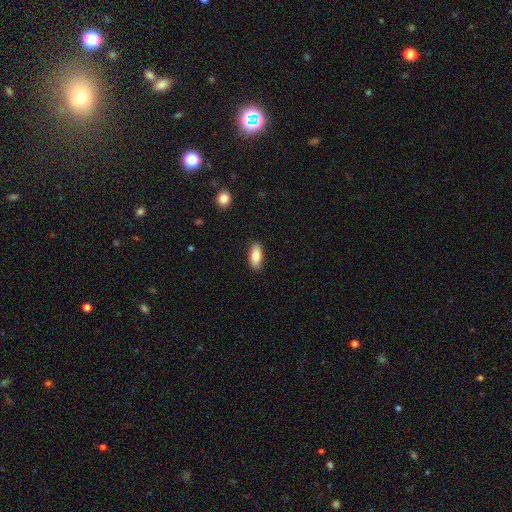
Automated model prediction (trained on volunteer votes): smooth 82%, featured or disk 11%, star or artifact 7%. Down the decision tree: how rounded — in between (85%); merging — none (88%).